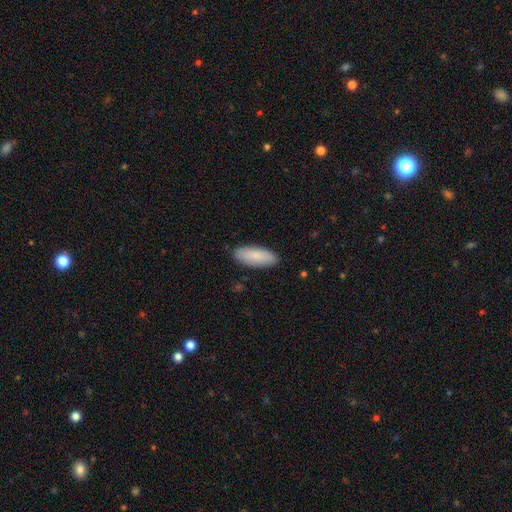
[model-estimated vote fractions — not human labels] smooth-or-featured: smooth: 87% | featured or disk: 8% | star or artifact: 5%
  how-rounded: in between: 74% | cigar-shaped: 25% | round: 2%
  merging: none: 88% | minor disturbance: 9% | major disturbance: 2% | merger: 1%